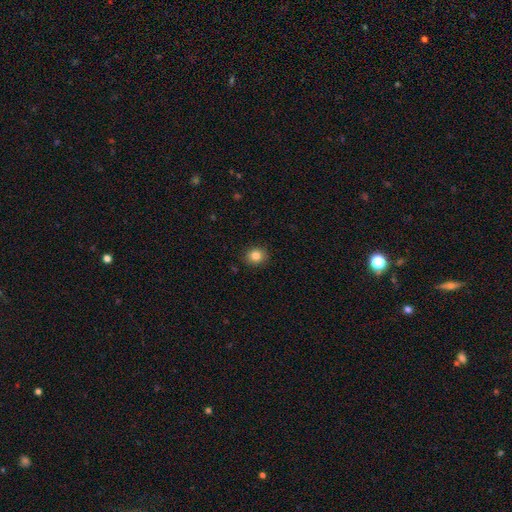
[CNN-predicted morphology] smooth_or_featured: smooth (p=0.83) [alt: star or artifact p=0.10]
how_rounded: round (p=0.71) [alt: in between p=0.29]
merging: none (p=0.90) [alt: minor disturbance p=0.07]